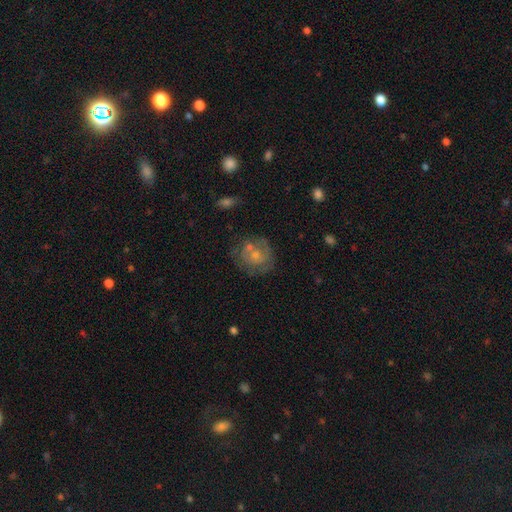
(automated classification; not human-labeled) Overall: featured or disk (51%; smooth 35%). Edge-on disk: no (97%). Merging: none (66%).